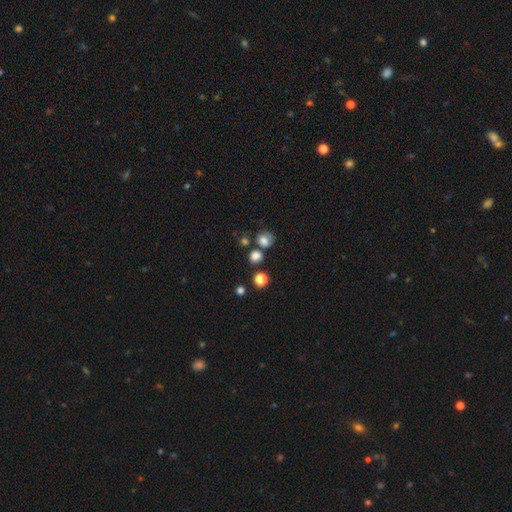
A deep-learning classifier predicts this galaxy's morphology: smooth_or_featured: smooth (p=0.77) [alt: star or artifact p=0.16]
how_rounded: round (p=0.76) [alt: in between p=0.23]
merging: none (p=0.65) [alt: merger p=0.19]